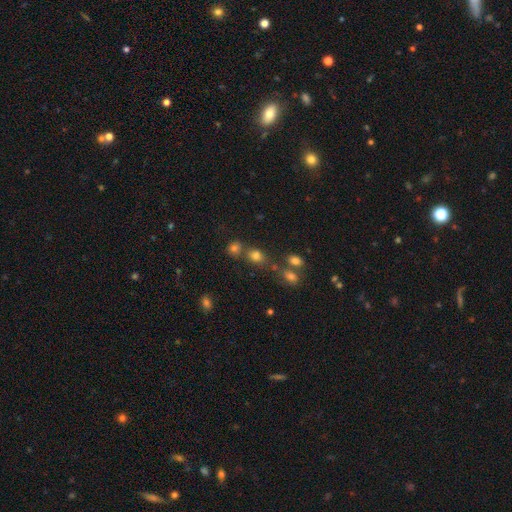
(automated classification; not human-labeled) Morphology: type=smooth (72%); roundness=round (54%); merging=none (58%).